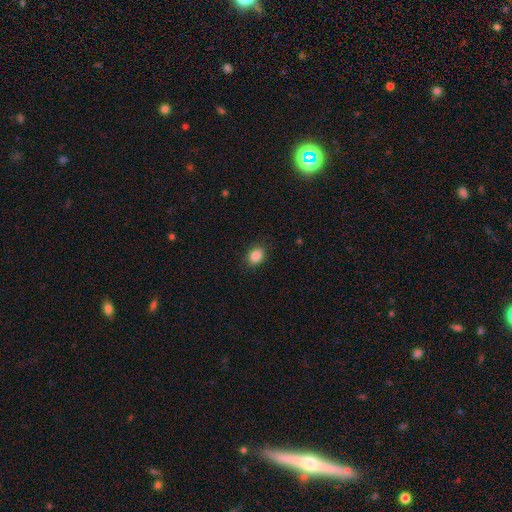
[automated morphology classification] This is clearly a smooth galaxy (87%). How rounded: possibly in between (51%). Merging: clearly none (87%).